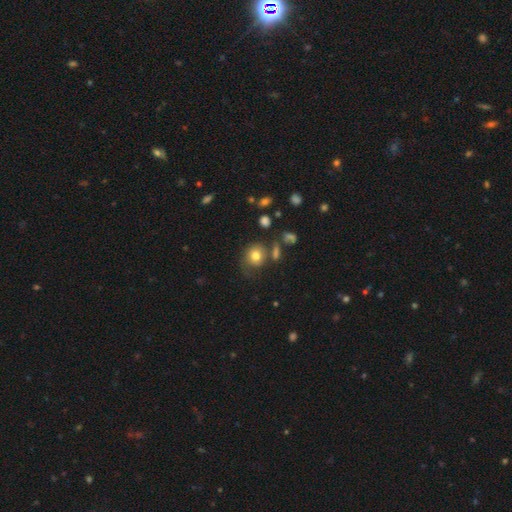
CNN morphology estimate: Smooth or featured? smooth (76%)
How rounded? round (73%)
Merging? none (57%)